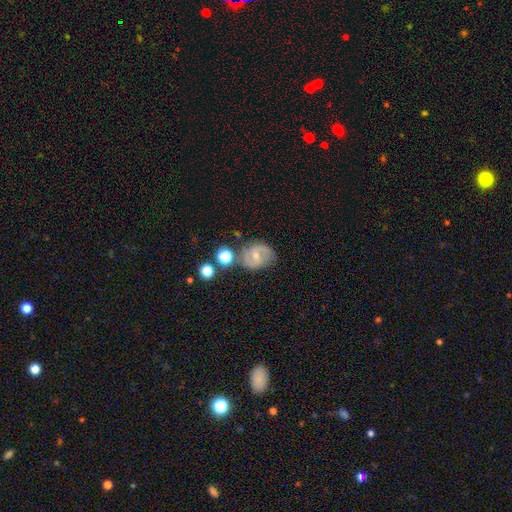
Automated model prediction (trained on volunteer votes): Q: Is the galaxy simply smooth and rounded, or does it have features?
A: featured or disk — 69%.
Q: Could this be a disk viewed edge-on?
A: no — 97%.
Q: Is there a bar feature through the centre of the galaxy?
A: weak — 45%.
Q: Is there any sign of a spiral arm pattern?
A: yes — 85%.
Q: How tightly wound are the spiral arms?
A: medium — 48%.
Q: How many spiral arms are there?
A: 2 — 81%.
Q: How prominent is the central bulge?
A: moderate — 50%.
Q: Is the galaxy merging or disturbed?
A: none — 68%.